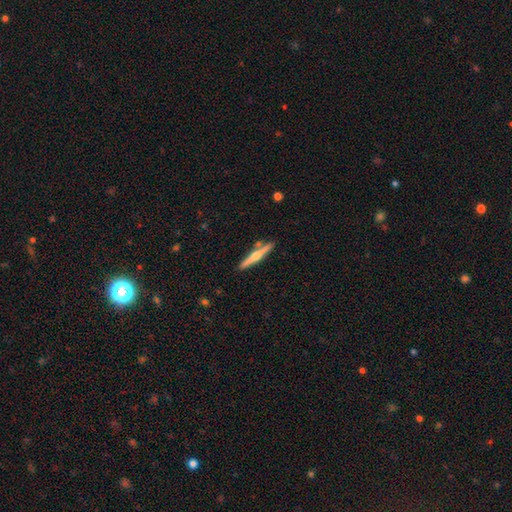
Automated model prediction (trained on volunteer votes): Smooth or featured? featured or disk (61%)
Edge-on disk? yes (98%)
Edge-on bulge? rounded (88%)
Merging? none (85%)